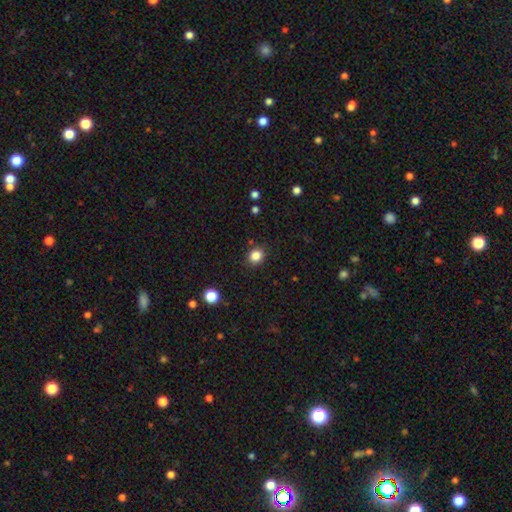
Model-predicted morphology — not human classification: Q: Smooth or featured?
A: smooth (84%); runner-up: star or artifact (11%)
Q: How rounded?
A: round (71%); runner-up: in between (28%)
Q: Merging?
A: none (89%); runner-up: minor disturbance (7%)